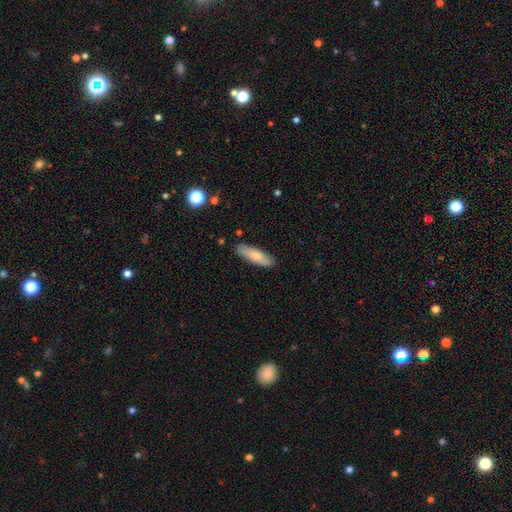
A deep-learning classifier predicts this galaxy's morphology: A smooth galaxy with no disk features (75%) that is cigar-shaped (56%). Merging: none (85%).